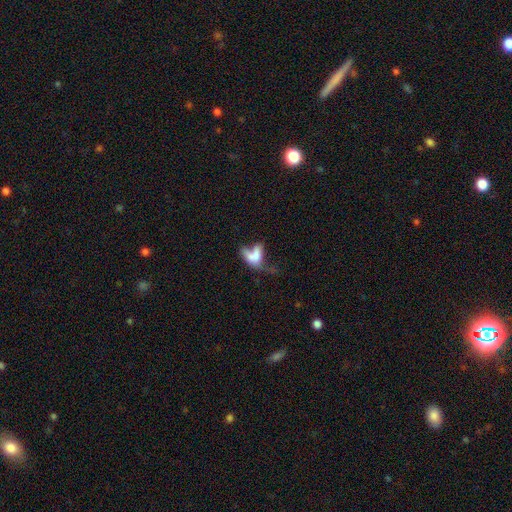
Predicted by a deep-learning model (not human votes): This is possibly a smooth galaxy (55%). How rounded: likely in between (73%). Merging: possibly merger (48%).